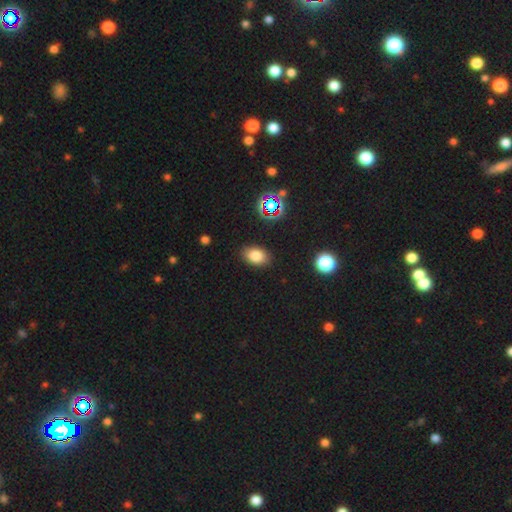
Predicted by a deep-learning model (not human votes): smooth_or_featured: smooth (p=0.80) [alt: star or artifact p=0.13]
how_rounded: in between (p=0.84) [alt: round p=0.14]
merging: none (p=0.86) [alt: minor disturbance p=0.10]